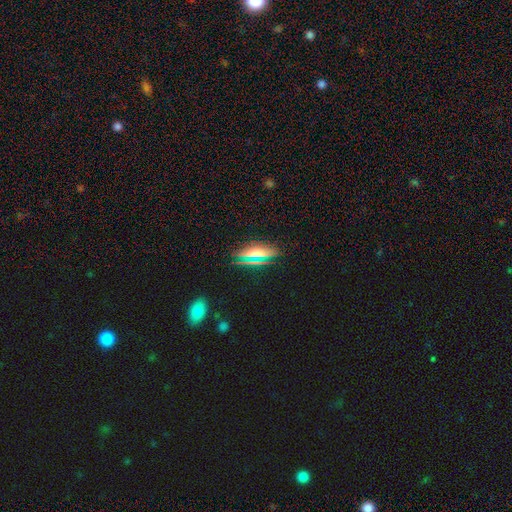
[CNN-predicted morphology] smooth_or_featured: smooth (p=0.61) [alt: featured or disk p=0.20]
how_rounded: in between (p=0.73) [alt: cigar-shaped p=0.20]
merging: none (p=0.79) [alt: minor disturbance p=0.14]